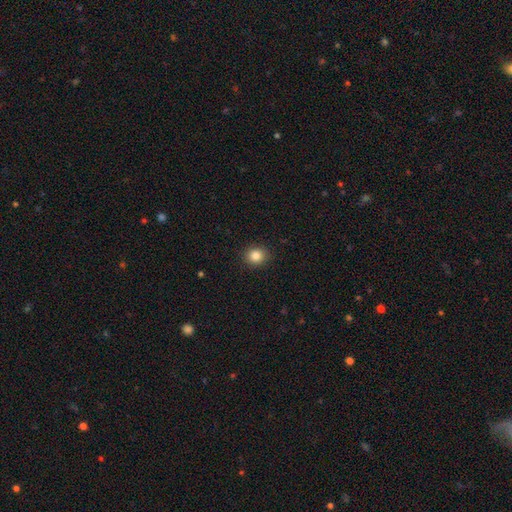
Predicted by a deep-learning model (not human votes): Q: Smooth or featured?
A: smooth (84%); runner-up: star or artifact (11%)
Q: How rounded?
A: round (77%); runner-up: in between (22%)
Q: Merging?
A: none (91%); runner-up: minor disturbance (6%)